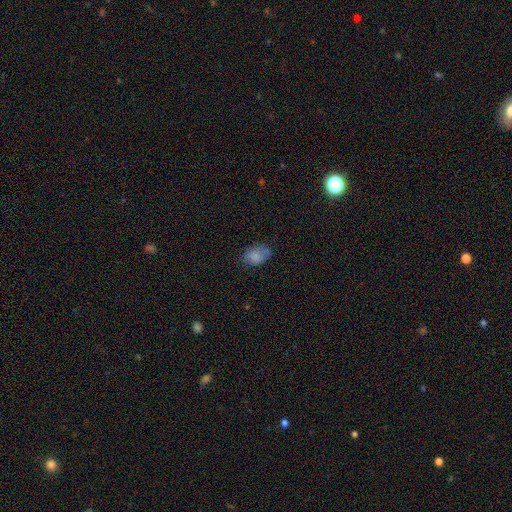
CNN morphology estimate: Smooth or featured: smooth — 77% (featured or disk — 13%)
How rounded: in between — 81% (round — 18%)
Merging: none — 57% (minor disturbance — 28%)